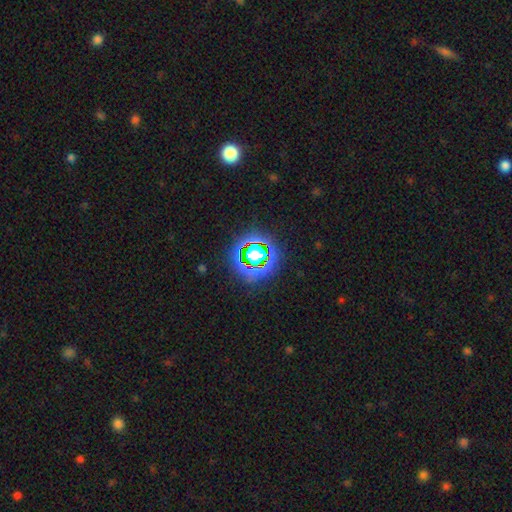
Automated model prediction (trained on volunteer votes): Morphology: type=star or artifact (64%).